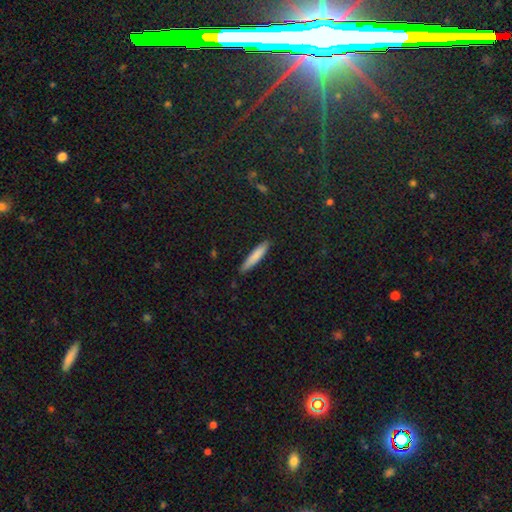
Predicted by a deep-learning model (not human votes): Overall: smooth (81%). How rounded: cigar-shaped (90%). Merging: none (87%).